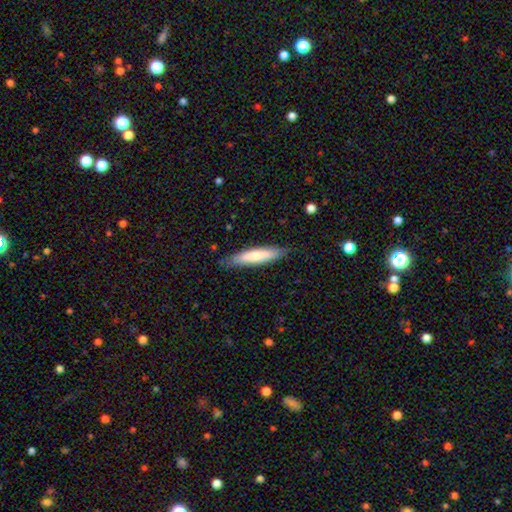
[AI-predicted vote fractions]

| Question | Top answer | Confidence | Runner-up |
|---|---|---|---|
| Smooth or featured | smooth | 70% | featured or disk (25%) |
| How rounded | cigar-shaped | 80% | in between (19%) |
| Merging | none | 84% | minor disturbance (12%) |